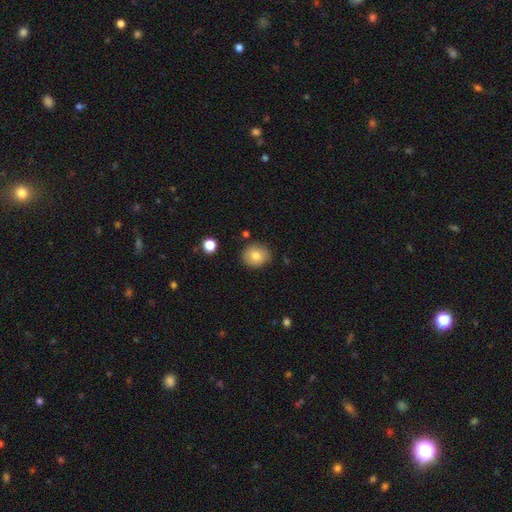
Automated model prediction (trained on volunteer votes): Smooth or featured? Predicted: smooth (p=0.79). How rounded? Predicted: round (p=0.78). Merging? Predicted: none (p=0.84).